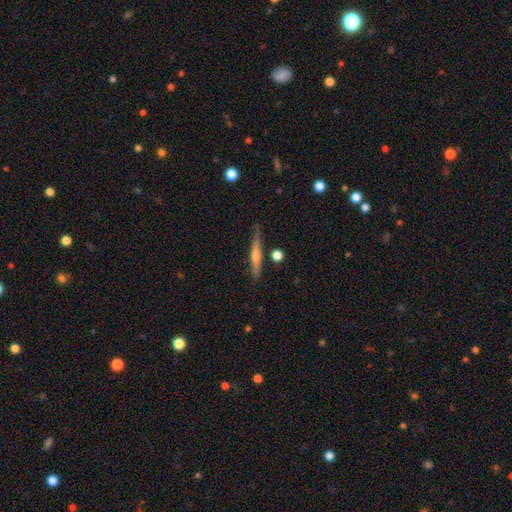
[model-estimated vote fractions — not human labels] A featured or disk galaxy (68%) viewed edge-on (97%) with a rounded central bulge (79%).

Vote fractions:
- Smooth or featured? featured or disk: 68% / smooth: 26% / star or artifact: 6%
- Edge-on disk? yes: 97% / no: 3%
- Edge-on bulge? rounded: 79% / none: 15% / boxy: 7%
- Merging? none: 86% / minor disturbance: 9% / merger: 3% / major disturbance: 2%